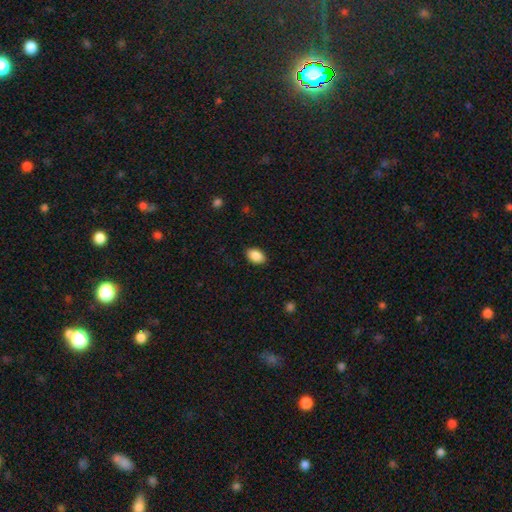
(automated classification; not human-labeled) Smooth or featured? smooth (89%)
How rounded? in between (90%)
Merging? none (89%)